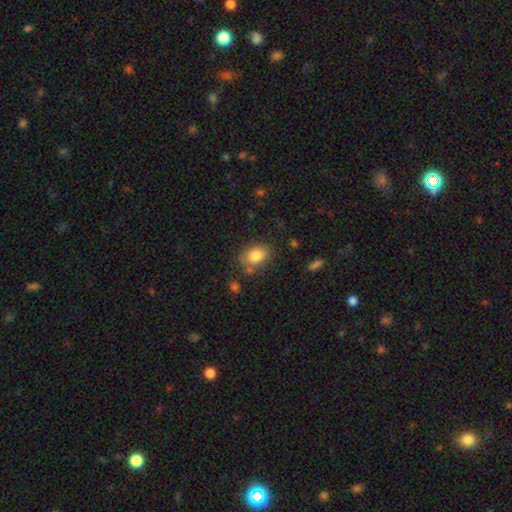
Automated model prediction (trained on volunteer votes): Smooth or featured? Predicted: smooth (p=0.83). How rounded? Predicted: in between (p=0.73). Merging? Predicted: none (p=0.77).